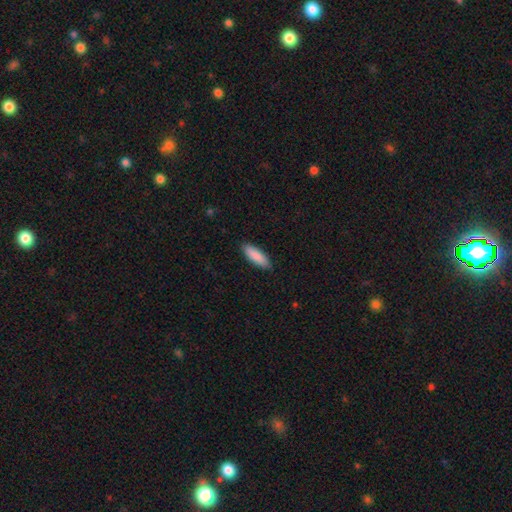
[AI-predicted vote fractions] A smooth galaxy with no disk features (89%) that is in between round and cigar-shaped (57%). Merging: none (88%).